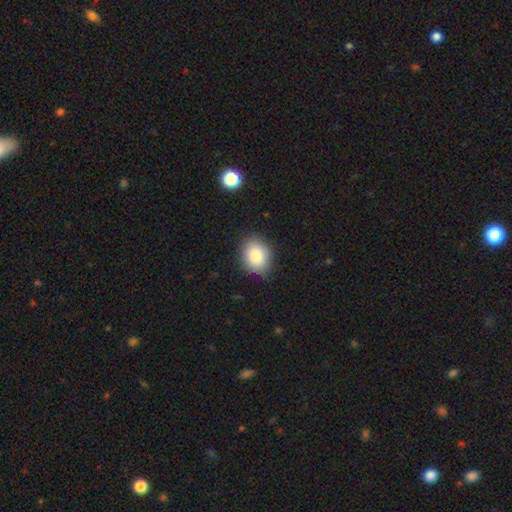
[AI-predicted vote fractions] smooth-or-featured: smooth: 84% | star or artifact: 8% | featured or disk: 7%
  how-rounded: round: 52% | in between: 48% | cigar-shaped: 1%
  merging: none: 86% | minor disturbance: 10% | major disturbance: 2% | merger: 1%